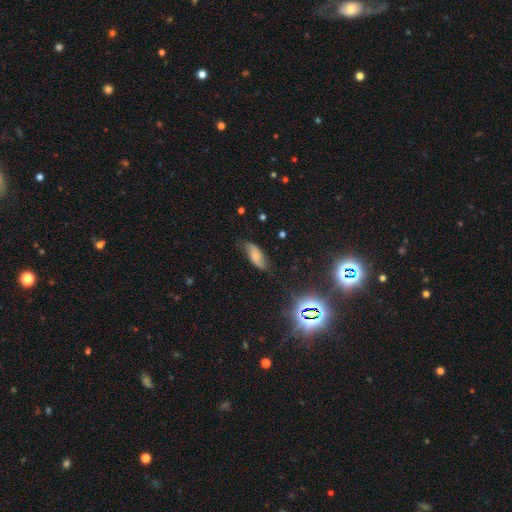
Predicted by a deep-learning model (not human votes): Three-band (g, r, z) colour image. It shows a smooth galaxy with no disk features (46%). Merging: none (67%).